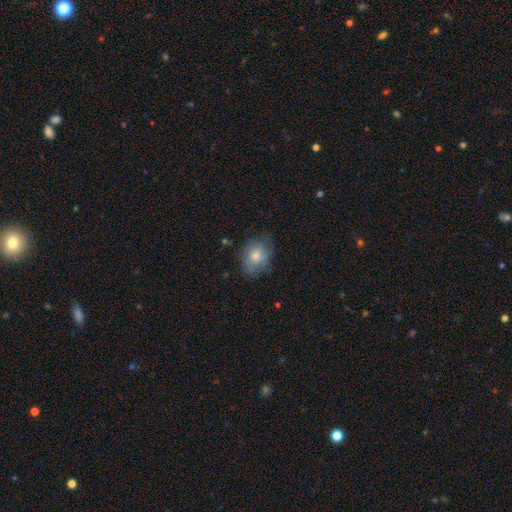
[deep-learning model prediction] smooth 69%, featured or disk 21%, star or artifact 10%. Down the decision tree: how rounded — in between (57%); merging — none (70%).